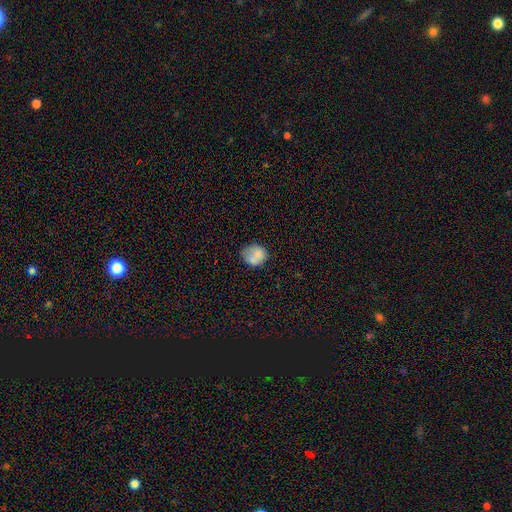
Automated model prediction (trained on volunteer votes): This appears to be a smooth galaxy with no disk features (77%) that is round (74%). Merging: none (59%).